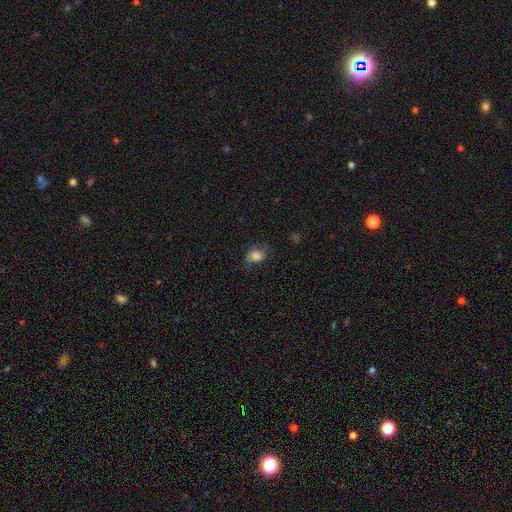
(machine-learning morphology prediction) A smooth galaxy with no disk features (77%) that is in between round and cigar-shaped (61%).

Vote fractions:
- Smooth or featured? smooth: 77% / featured or disk: 13% / star or artifact: 9%
- How rounded? in between: 61% / round: 37% / cigar-shaped: 1%
- Merging? none: 60% / minor disturbance: 28% / major disturbance: 11% / merger: 1%